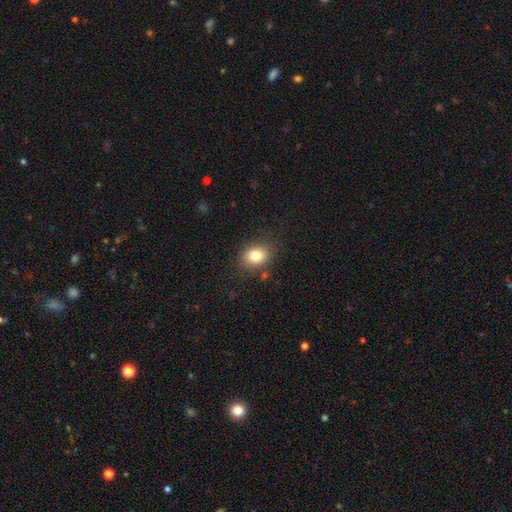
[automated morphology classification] The model was most divided on "how rounded": in between: 56%, round: 43%, cigar-shaped: 1%. More confident: merging — none (82%); smooth or featured — smooth (82%).